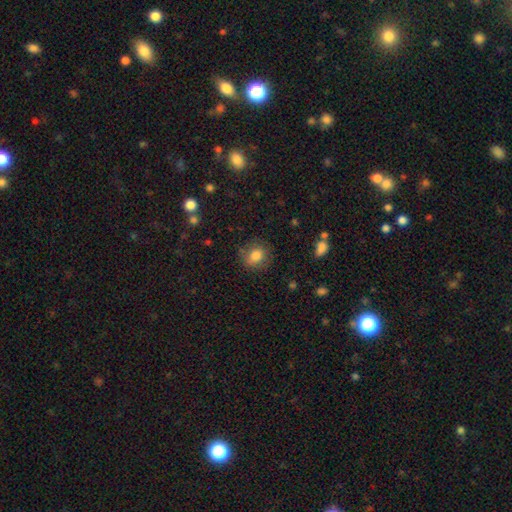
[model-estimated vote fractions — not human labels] A smooth galaxy with no disk features (81%) that is round (68%). Merging: none (81%).